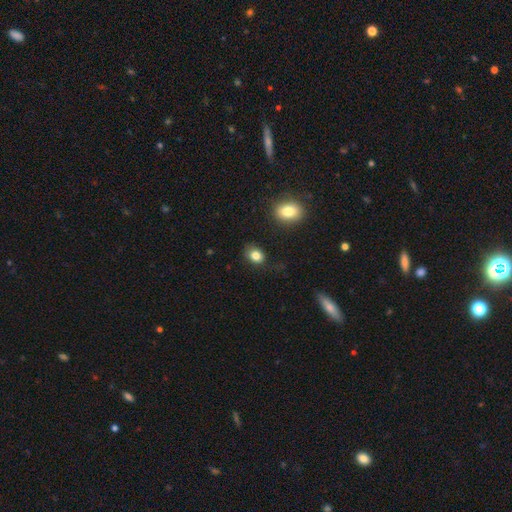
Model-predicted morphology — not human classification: type=smooth (83%); roundness=in between (54%); merging=none (75%).